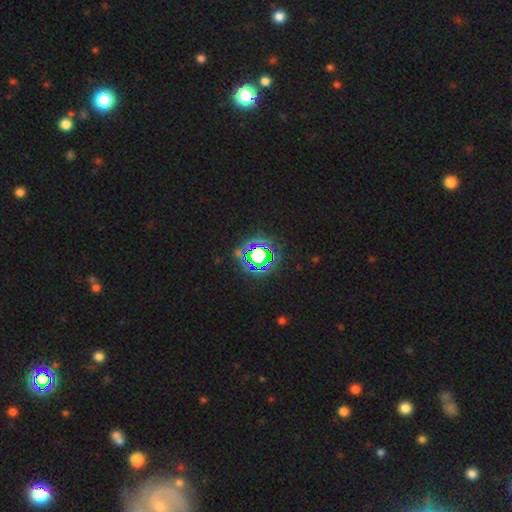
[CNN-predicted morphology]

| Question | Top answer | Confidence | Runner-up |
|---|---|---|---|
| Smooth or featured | star or artifact | 65% | smooth (21%) |